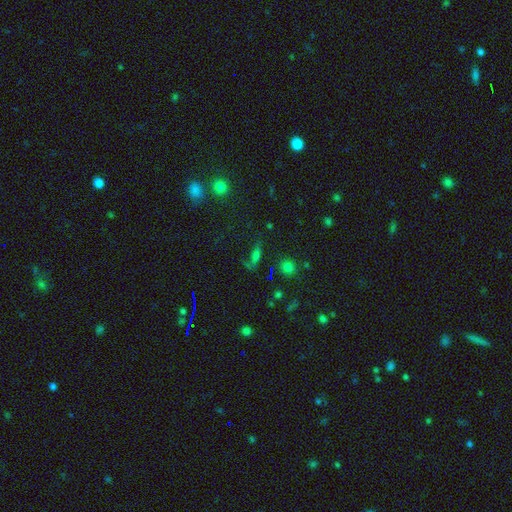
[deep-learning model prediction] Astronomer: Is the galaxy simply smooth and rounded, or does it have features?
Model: smooth — 49% (runner-up: star or artifact, 29%).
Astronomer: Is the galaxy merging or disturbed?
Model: none — 55%.